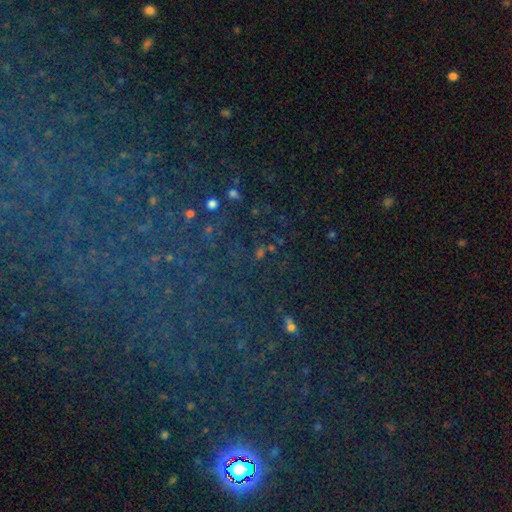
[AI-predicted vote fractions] Overall: star or artifact (78%).